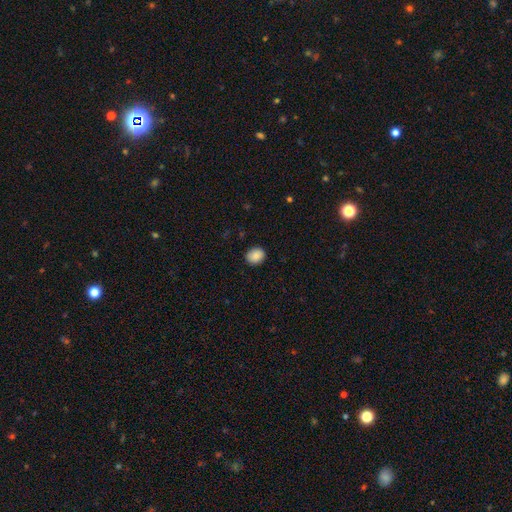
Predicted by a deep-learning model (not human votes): smooth-or-featured: smooth: 89% | star or artifact: 8% | featured or disk: 3%
  how-rounded: round: 57% | in between: 42% | cigar-shaped: 1%
  merging: none: 89% | minor disturbance: 8% | major disturbance: 2% | merger: 1%